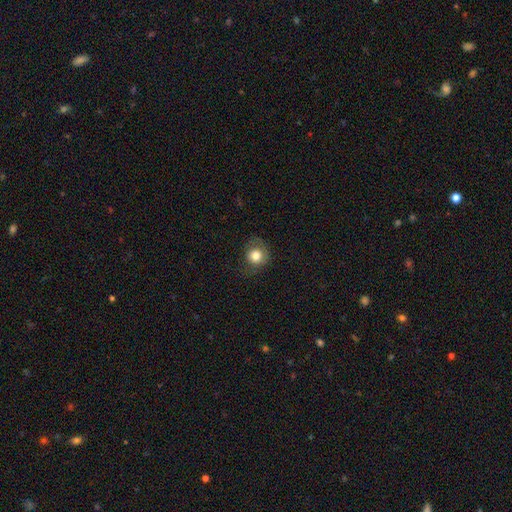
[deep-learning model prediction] A smooth galaxy with no disk features (79%) that is round (86%). Merging: none (70%).